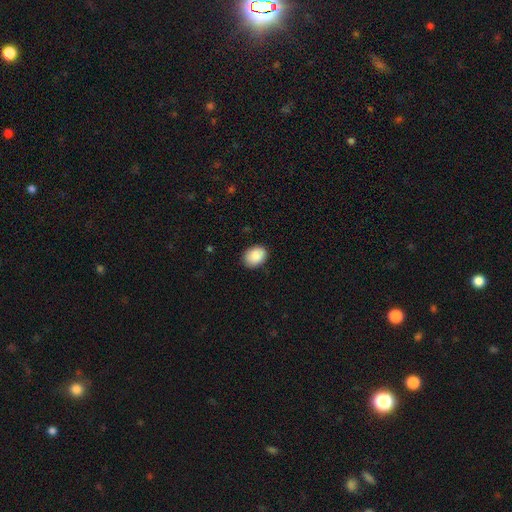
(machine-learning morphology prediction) This appears to be a smooth galaxy with no disk features (89%) that is in between round and cigar-shaped (64%). Merging: none (85%).